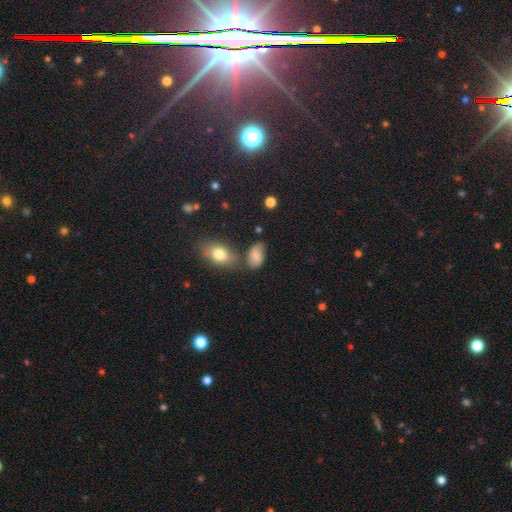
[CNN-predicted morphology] smooth-or-featured: smooth: 76% | featured or disk: 13% | star or artifact: 11%
  how-rounded: in between: 90% | round: 8% | cigar-shaped: 2%
  merging: none: 57% | minor disturbance: 25% | merger: 11% | major disturbance: 8%